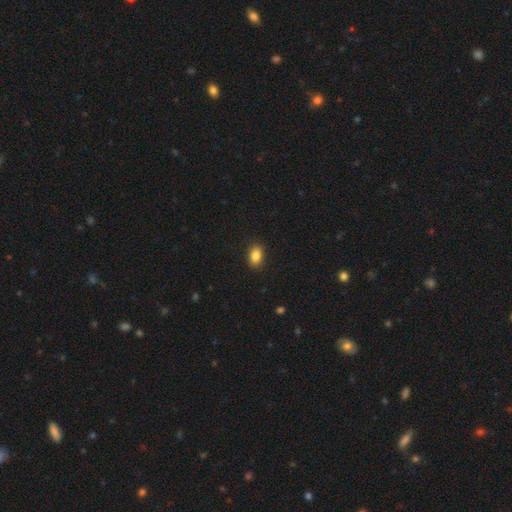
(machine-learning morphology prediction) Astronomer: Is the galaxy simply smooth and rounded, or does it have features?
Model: smooth — 87%.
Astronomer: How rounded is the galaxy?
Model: in between — 84%.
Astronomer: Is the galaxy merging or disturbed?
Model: none — 89%.